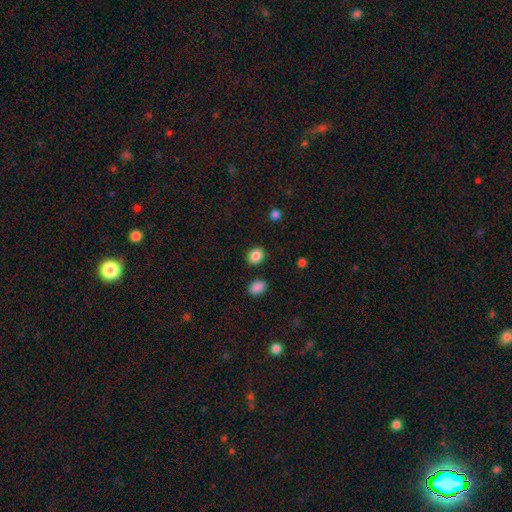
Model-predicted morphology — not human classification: This is clearly a smooth galaxy (87%). How rounded: possibly round (51%). Merging: clearly none (86%).